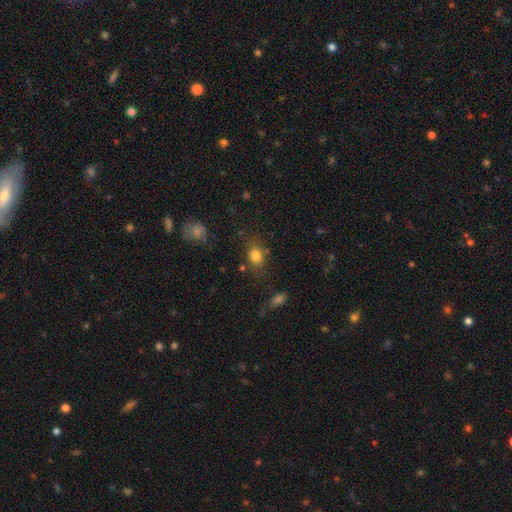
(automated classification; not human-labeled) smooth_or_featured: smooth (p=0.81) [alt: star or artifact p=0.11]
how_rounded: in between (p=0.61) [alt: round p=0.37]
merging: none (p=0.74) [alt: minor disturbance p=0.16]